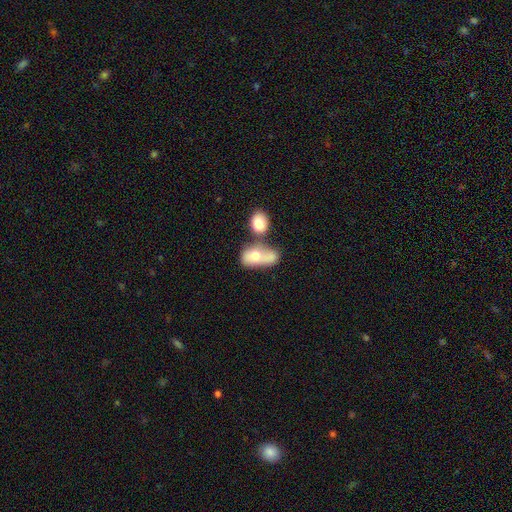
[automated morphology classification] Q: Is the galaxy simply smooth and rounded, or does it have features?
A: smooth — 69%.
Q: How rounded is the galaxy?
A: in between — 79%.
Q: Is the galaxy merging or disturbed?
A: merger — 53%.